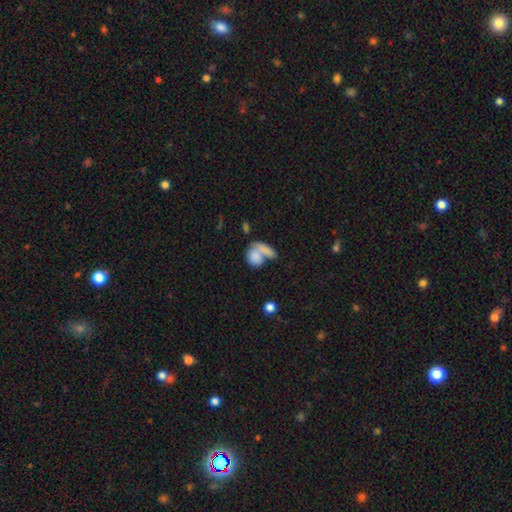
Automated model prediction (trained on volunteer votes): A smooth galaxy with no disk features (74%) that is in between round and cigar-shaped (54%).

Vote fractions:
- Smooth or featured? smooth: 74% / featured or disk: 18% / star or artifact: 8%
- How rounded? in between: 54% / round: 41% / cigar-shaped: 4%
- Merging? merger: 50% / none: 27% / major disturbance: 13% / minor disturbance: 10%